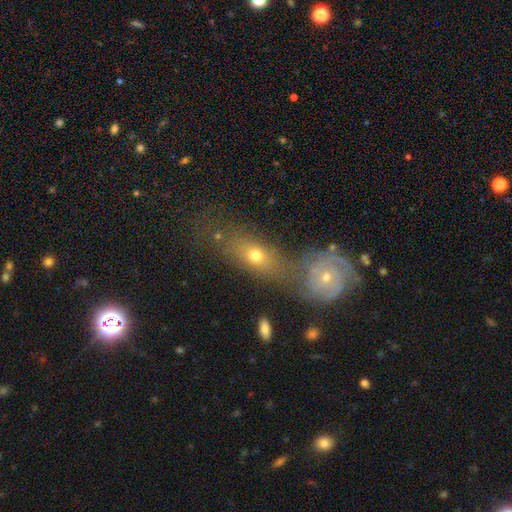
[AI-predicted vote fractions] Smooth or featured: smooth — 52% (featured or disk — 36%)
How rounded: in between — 62% (cigar-shaped — 19%)
Merging: none — 41% (merger — 40%)